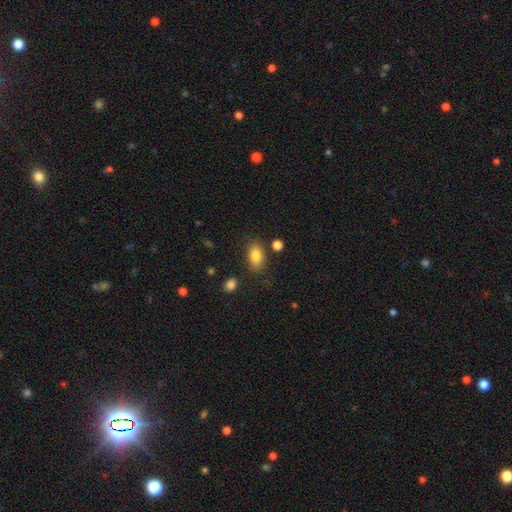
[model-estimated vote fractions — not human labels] Morphology: type=smooth (83%); roundness=in between (88%); merging=none (78%).